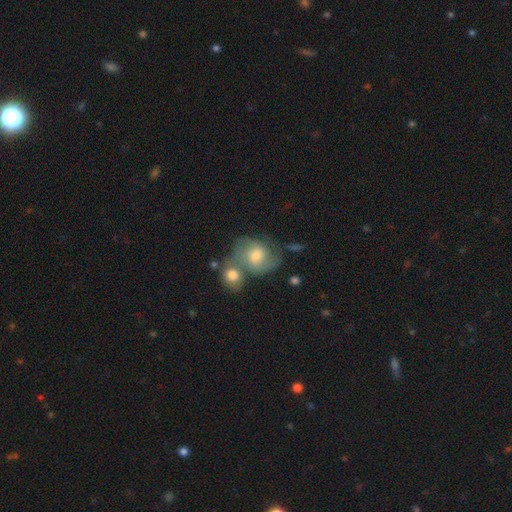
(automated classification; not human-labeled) Smooth or featured: featured or disk — 67% (smooth — 24%)
Edge-on disk: no — 97% (yes — 3%)
Bar: no — 49% (weak — 43%)
Spiral arms: yes — 90% (no — 10%)
Spiral winding: medium — 53% (tight — 24%)
Spiral arm count: 2 — 76% (can't tell — 12%)
Bulge size: moderate — 61% (small — 21%)
Merging: merger — 39% (tied with none — 39%)